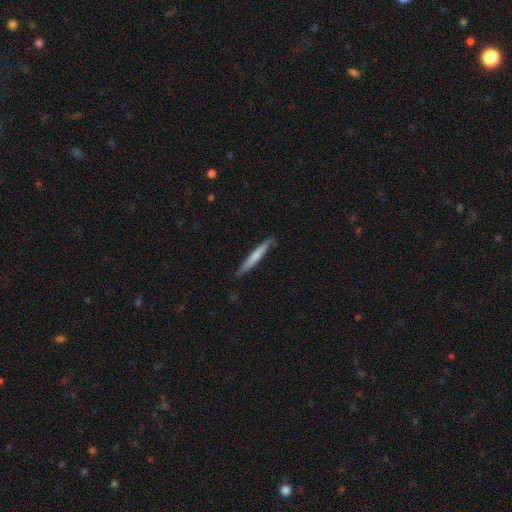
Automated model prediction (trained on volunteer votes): Smooth or featured? smooth (67%)
How rounded? cigar-shaped (96%)
Merging? none (87%)